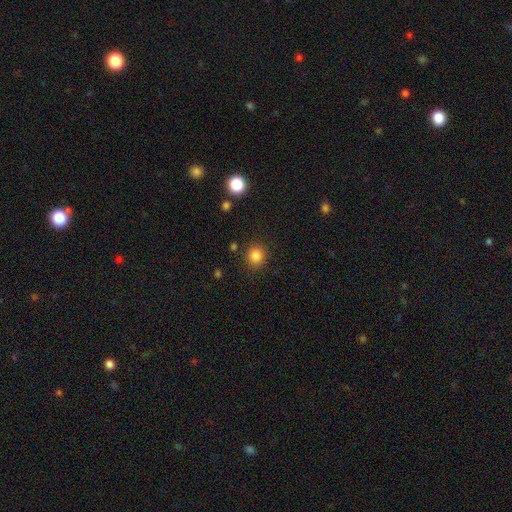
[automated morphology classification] Smooth or featured? smooth (84%)
How rounded? round (86%)
Merging? none (88%)